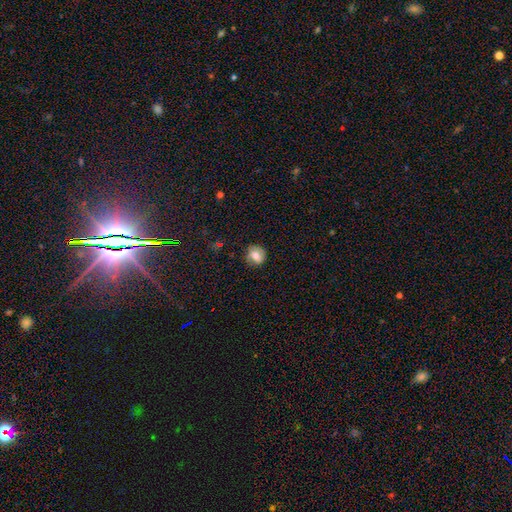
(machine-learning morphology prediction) A smooth galaxy with no disk features (71%) that is round (84%). Merging: none (82%).